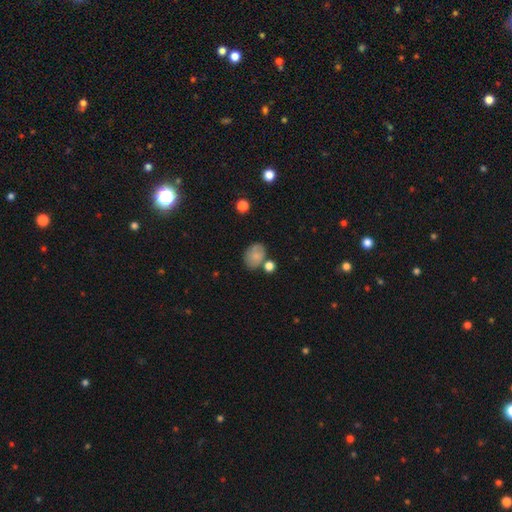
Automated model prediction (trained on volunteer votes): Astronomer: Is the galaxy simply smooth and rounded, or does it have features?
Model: smooth — 78%.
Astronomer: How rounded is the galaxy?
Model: in between — 68%.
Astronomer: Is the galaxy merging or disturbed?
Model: none — 60%.